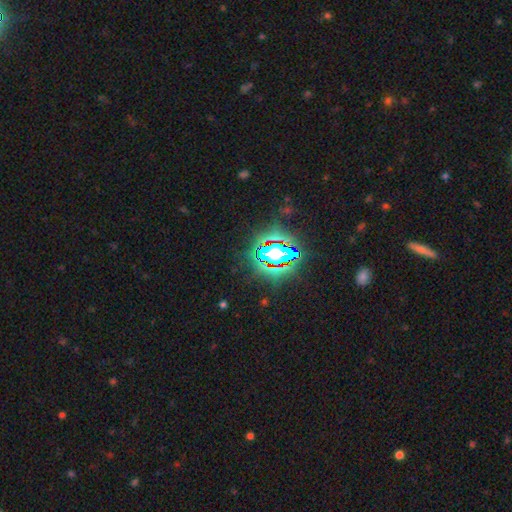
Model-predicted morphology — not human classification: smooth_or_featured: star or artifact (p=0.80) [alt: smooth p=0.12]